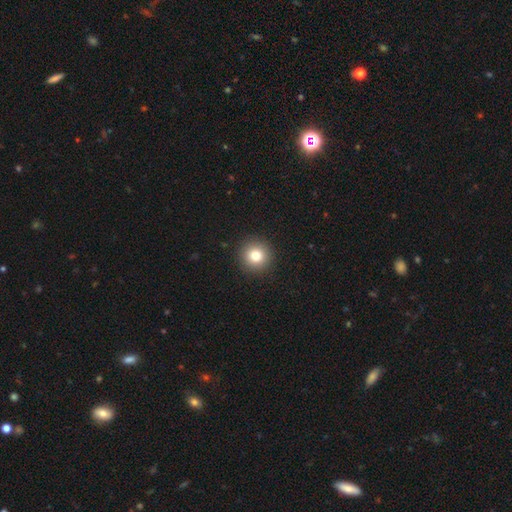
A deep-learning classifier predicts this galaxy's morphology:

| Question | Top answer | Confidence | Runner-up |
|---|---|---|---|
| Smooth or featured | smooth | 80% | star or artifact (11%) |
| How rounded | round | 95% | in between (4%) |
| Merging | none | 92% | minor disturbance (5%) |